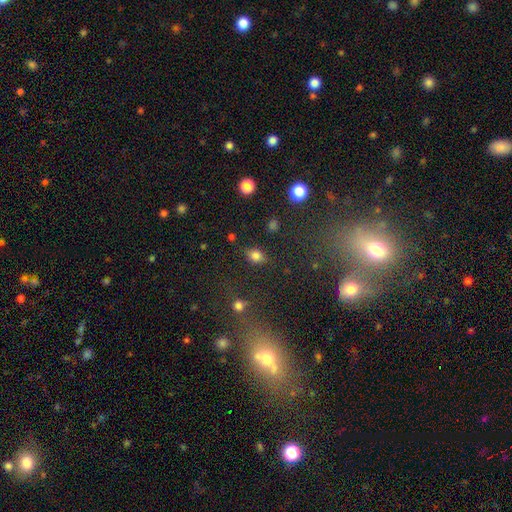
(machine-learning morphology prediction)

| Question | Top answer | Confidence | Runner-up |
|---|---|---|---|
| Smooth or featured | smooth | 80% | star or artifact (13%) |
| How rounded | in between | 70% | round (28%) |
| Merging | none | 79% | minor disturbance (14%) |